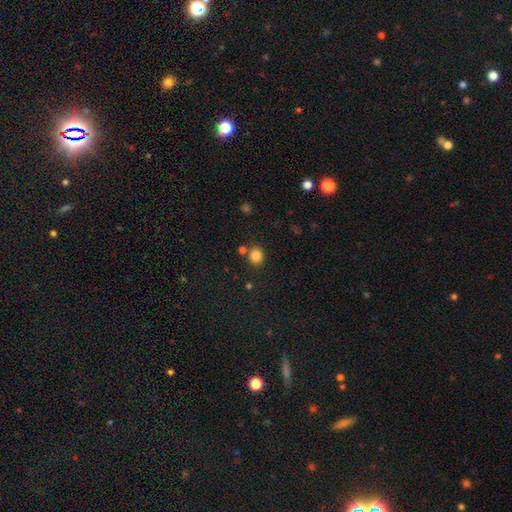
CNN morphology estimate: A smooth galaxy with no disk features (84%) that is round (79%). Merging: none (78%).